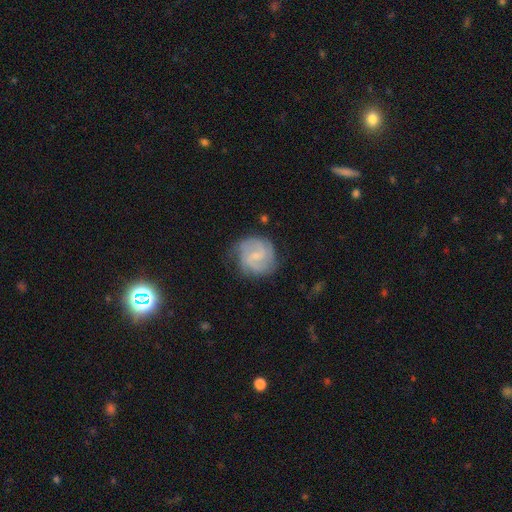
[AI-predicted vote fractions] Smooth or featured: featured or disk — 75% (smooth — 20%)
Edge-on disk: no — 98% (yes — 2%)
Bar: weak — 53% (no — 38%)
Spiral arms: yes — 94% (no — 6%)
Spiral winding: medium — 47% (tight — 39%)
Spiral arm count: 2 — 60% (can't tell — 16%)
Bulge size: small — 67% (moderate — 21%)
Merging: none — 70% (minor disturbance — 21%)